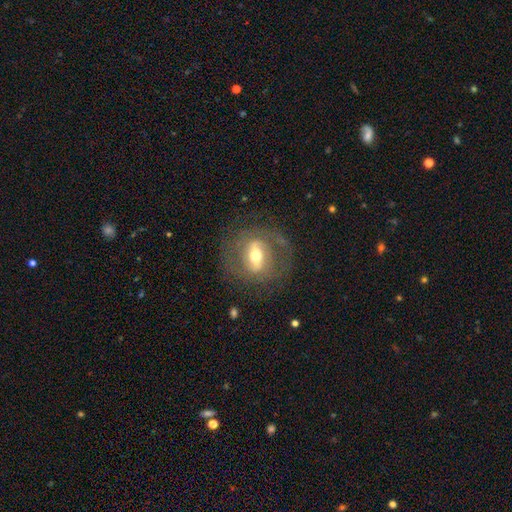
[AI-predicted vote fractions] featured or disk 75%, smooth 19%, star or artifact 7%. Down the decision tree: edge-on disk — no (91%); bar — strong (52%); spiral arms — yes (71%); bulge size — moderate (64%); merging — none (72%).